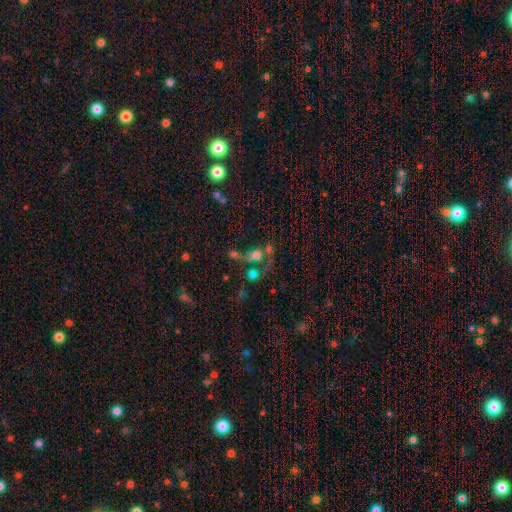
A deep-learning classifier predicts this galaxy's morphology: Smooth or featured? smooth (42%)
Merging? merger (48%)